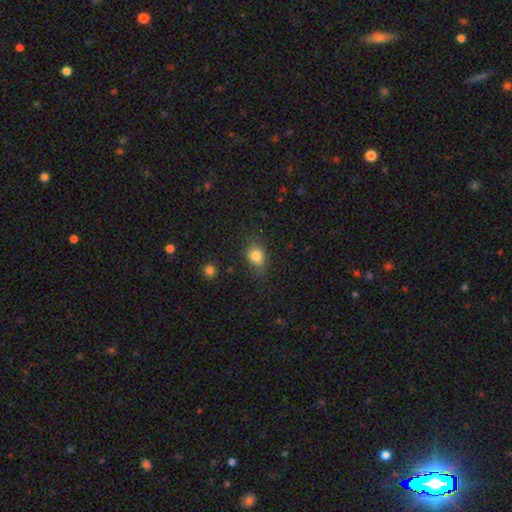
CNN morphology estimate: This appears to be a smooth galaxy with no disk features (79%) that is in between round and cigar-shaped (60%). Merging: none (67%).